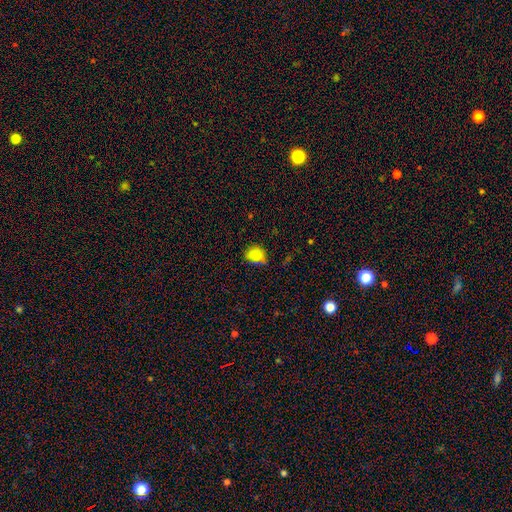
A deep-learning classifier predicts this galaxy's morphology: Smooth or featured: smooth — 80% (star or artifact — 14%)
How rounded: round — 55% (in between — 43%)
Merging: none — 62% (minor disturbance — 29%)